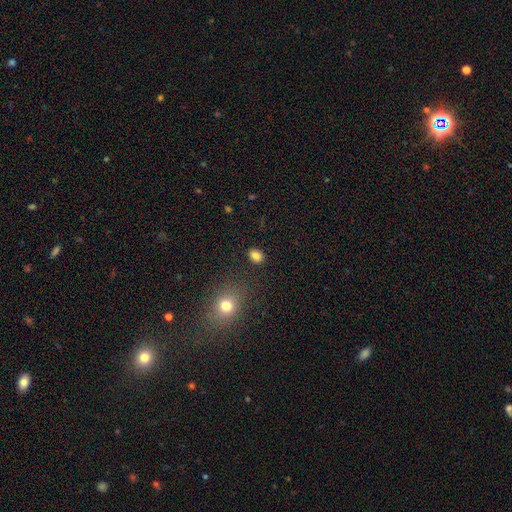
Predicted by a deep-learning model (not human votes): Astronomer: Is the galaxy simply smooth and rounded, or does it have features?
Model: smooth — 83%.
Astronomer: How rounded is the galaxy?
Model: in between — 64%.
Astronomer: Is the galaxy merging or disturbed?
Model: none — 85%.